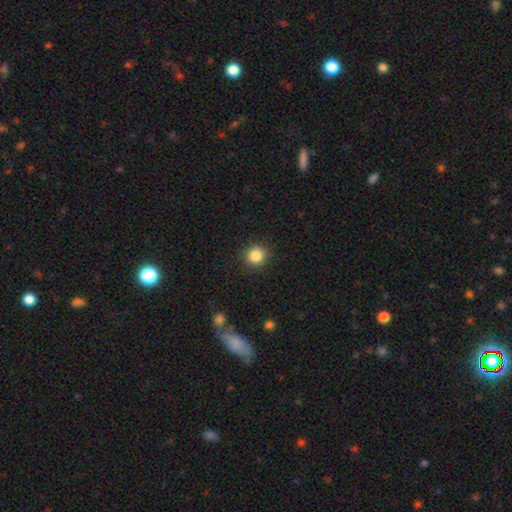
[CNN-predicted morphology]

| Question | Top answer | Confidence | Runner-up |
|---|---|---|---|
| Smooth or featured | smooth | 85% | star or artifact (11%) |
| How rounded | round | 89% | in between (10%) |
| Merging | none | 89% | minor disturbance (8%) |